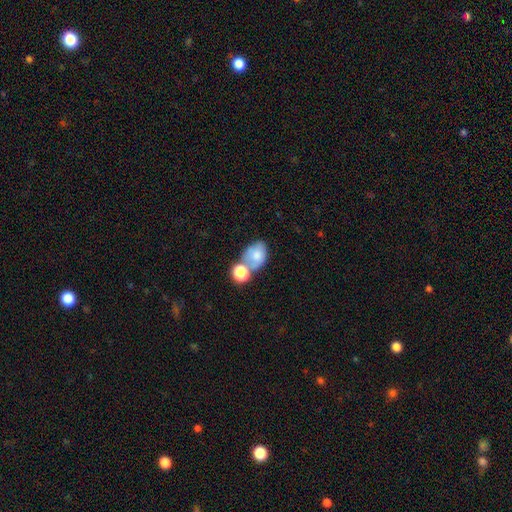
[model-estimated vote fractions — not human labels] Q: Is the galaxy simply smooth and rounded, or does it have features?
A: smooth — 73%.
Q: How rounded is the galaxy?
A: in between — 72%.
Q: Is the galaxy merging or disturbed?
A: merger — 42%.